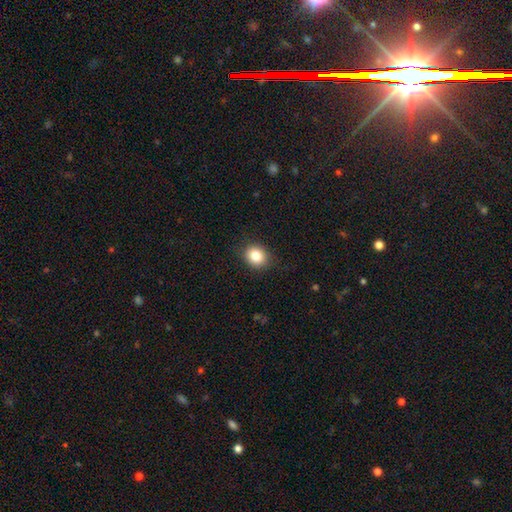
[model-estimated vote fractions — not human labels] This appears to be a smooth galaxy with no disk features (84%) that is round (64%). Merging: none (87%).